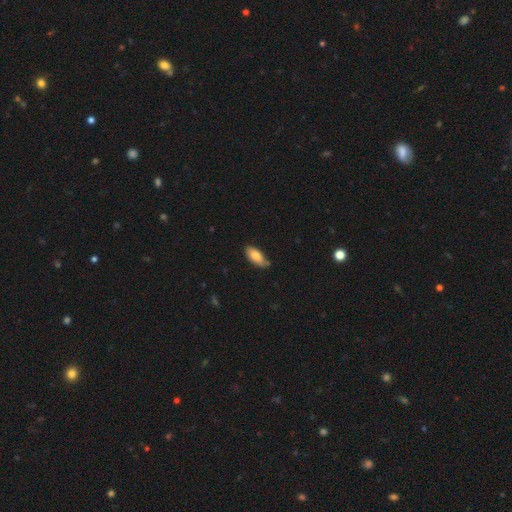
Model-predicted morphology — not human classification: Smooth or featured? smooth (81%)
How rounded? in between (87%)
Merging? none (67%)